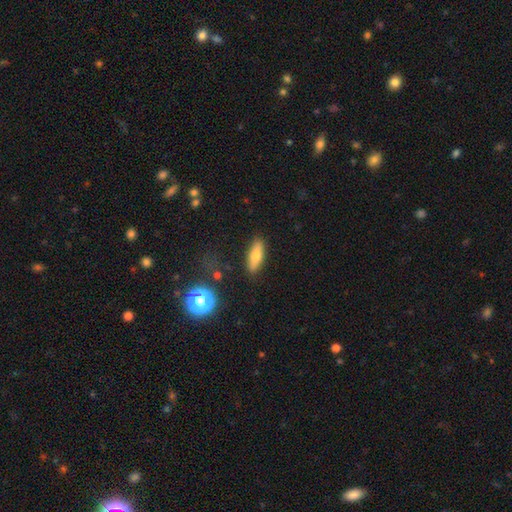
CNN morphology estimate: A smooth galaxy with no disk features (68%) that is in between round and cigar-shaped (54%). Merging: none (87%).